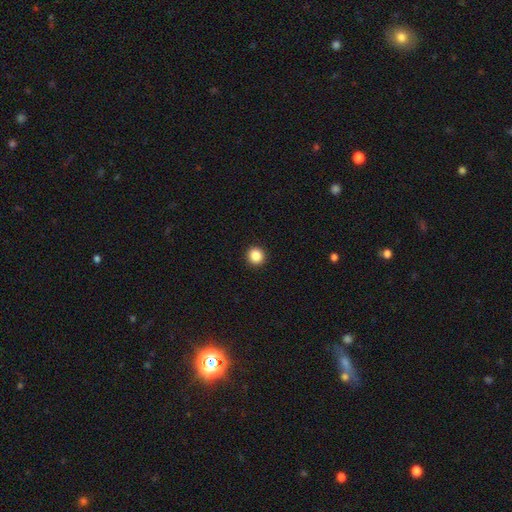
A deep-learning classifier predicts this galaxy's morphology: This is clearly a smooth galaxy (87%). How rounded: clearly round (92%). Merging: clearly none (93%).